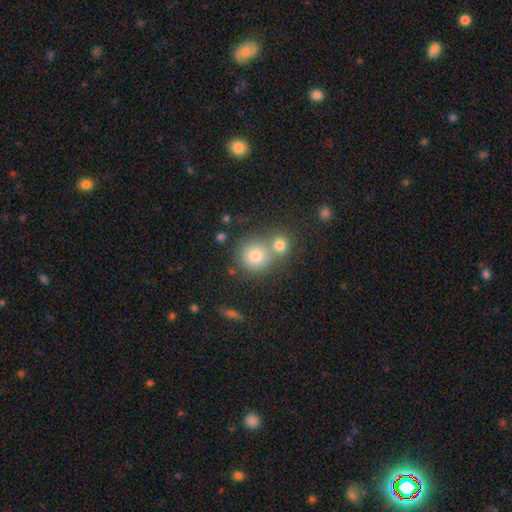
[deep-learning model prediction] smooth 76%, star or artifact 12%, featured or disk 11%. Down the decision tree: how rounded — round (89%); merging — none (52%).